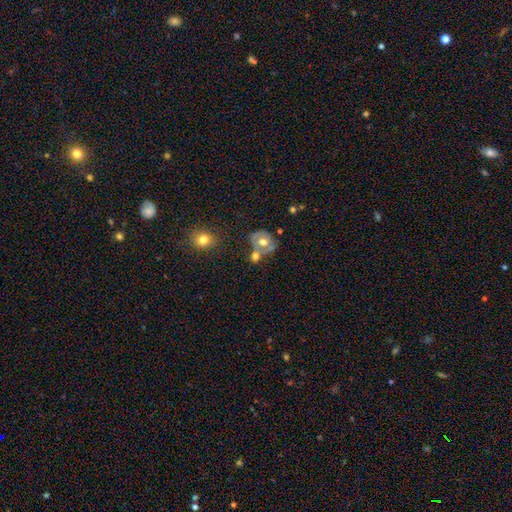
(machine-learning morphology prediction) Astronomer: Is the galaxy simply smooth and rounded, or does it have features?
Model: smooth — 50% (runner-up: featured or disk, 41%).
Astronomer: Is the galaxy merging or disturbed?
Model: none — 41% (runner-up: merger, 37%).